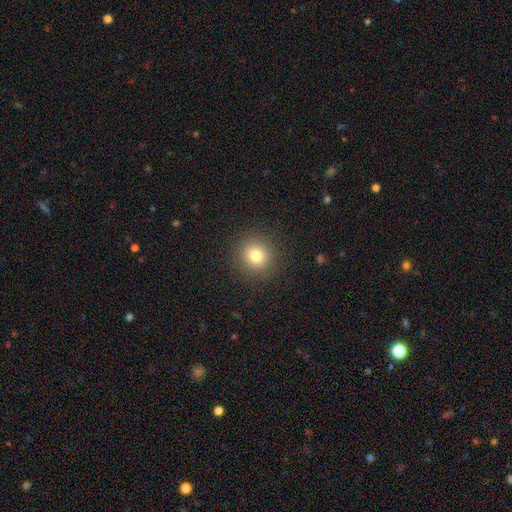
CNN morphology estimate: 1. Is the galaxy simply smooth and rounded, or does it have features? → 78% smooth, 13% star or artifact, 8% featured or disk.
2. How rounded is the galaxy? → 92% round, 7% in between, 1% cigar-shaped.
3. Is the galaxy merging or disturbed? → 90% none, 6% minor disturbance, 3% major disturbance, 1% merger.